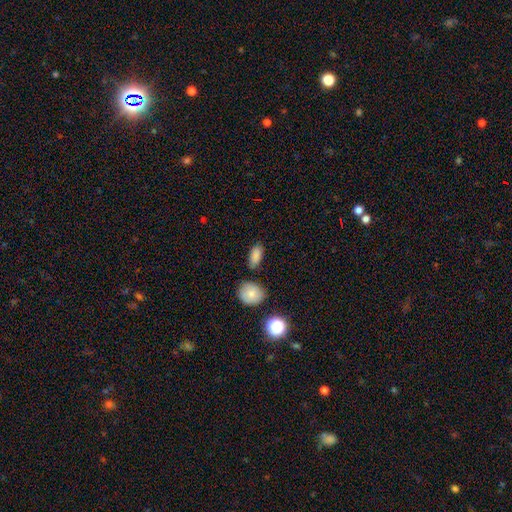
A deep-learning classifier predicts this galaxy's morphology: The model was most divided on "merging": none: 75%, minor disturbance: 15%, merger: 6%, major disturbance: 4%. More confident: how rounded — in between (89%); smooth or featured — smooth (86%).